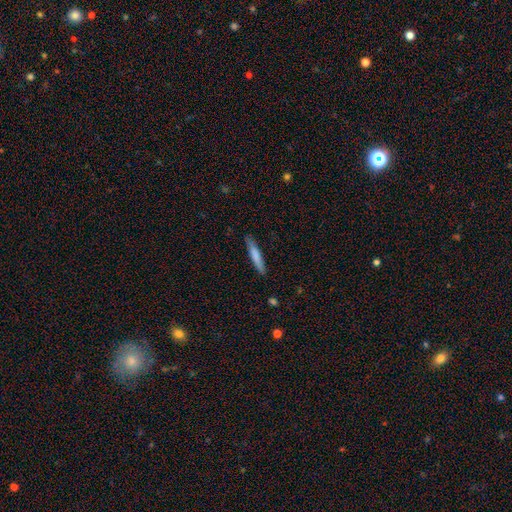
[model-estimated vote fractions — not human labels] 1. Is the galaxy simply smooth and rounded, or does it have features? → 75% smooth, 20% featured or disk, 5% star or artifact.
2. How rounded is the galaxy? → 92% cigar-shaped, 7% in between, 1% round.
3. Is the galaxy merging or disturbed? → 86% none, 11% minor disturbance, 2% major disturbance, 1% merger.